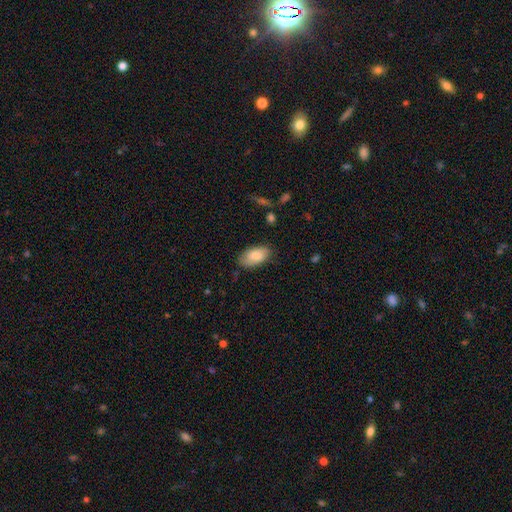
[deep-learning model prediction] A smooth galaxy with no disk features (85%) that is in between round and cigar-shaped (94%).

Vote fractions:
- Smooth or featured? smooth: 85% / featured or disk: 9% / star or artifact: 6%
- How rounded? in between: 94% / cigar-shaped: 3% / round: 3%
- Merging? none: 77% / minor disturbance: 18% / major disturbance: 4% / merger: 1%